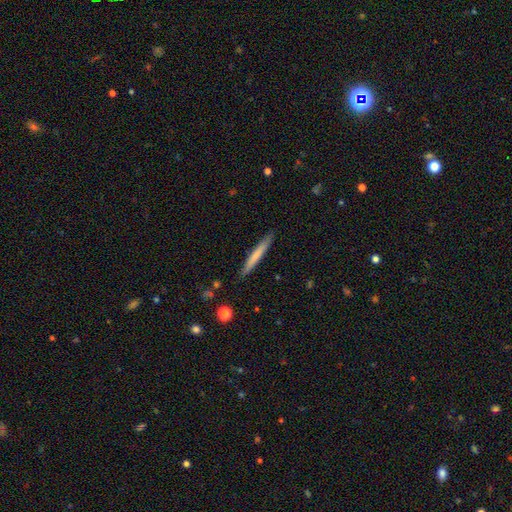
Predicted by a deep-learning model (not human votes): This is likely a smooth galaxy (69%). How rounded: clearly cigar-shaped (96%). Merging: clearly none (90%).